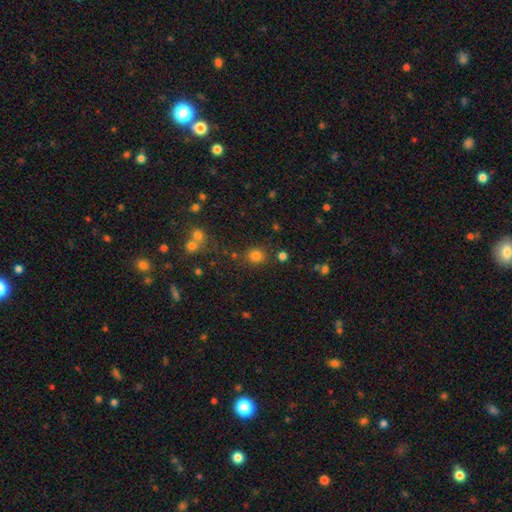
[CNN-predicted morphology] Smooth or featured: smooth — 79% (star or artifact — 16%)
How rounded: round — 79% (in between — 20%)
Merging: none — 81% (minor disturbance — 9%)